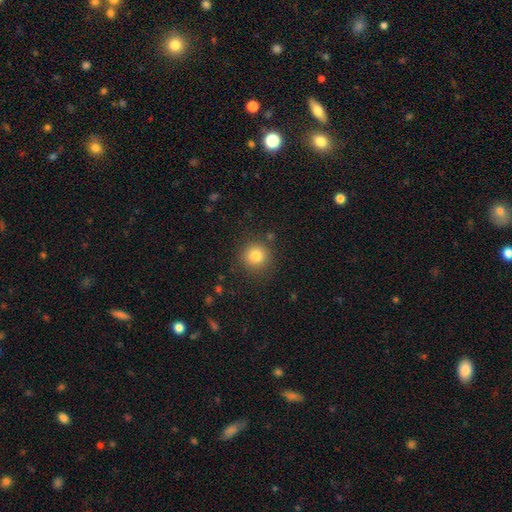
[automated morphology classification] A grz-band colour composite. It shows a smooth galaxy with no disk features (81%) that is round (94%). Merging: none (87%).